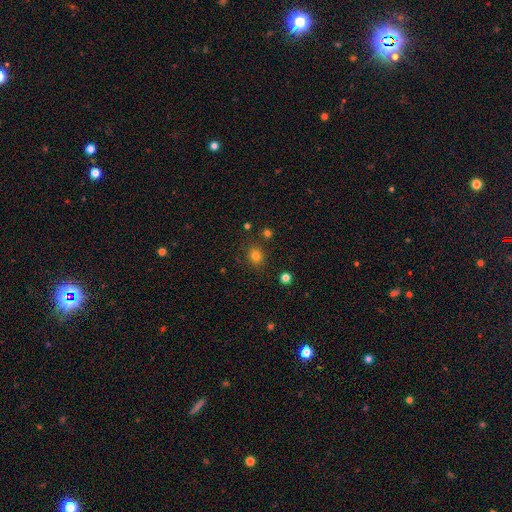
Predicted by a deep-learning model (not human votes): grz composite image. It shows a smooth galaxy with no disk features (79%) that is round (77%). Merging: none (84%).